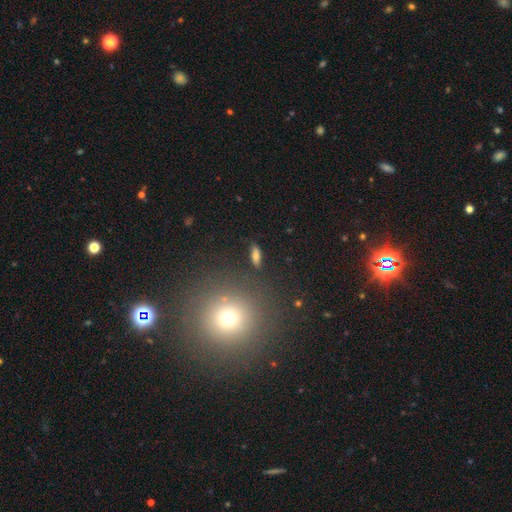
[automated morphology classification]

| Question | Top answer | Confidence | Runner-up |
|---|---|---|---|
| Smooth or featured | smooth | 73% | featured or disk (15%) |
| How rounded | in between | 61% | cigar-shaped (33%) |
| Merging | none | 86% | minor disturbance (9%) |